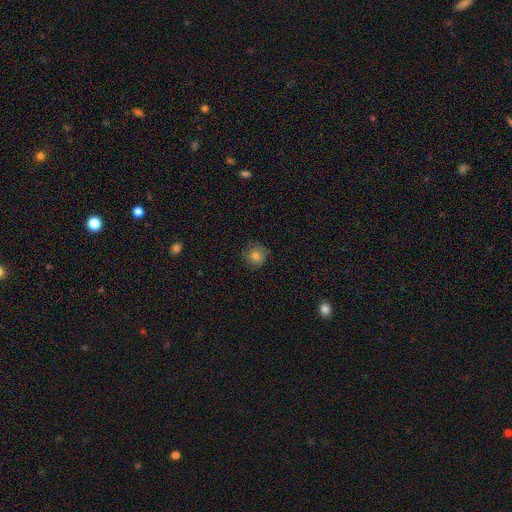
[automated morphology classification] This appears to be a smooth galaxy with no disk features (79%) that is round (92%). Merging: none (77%).